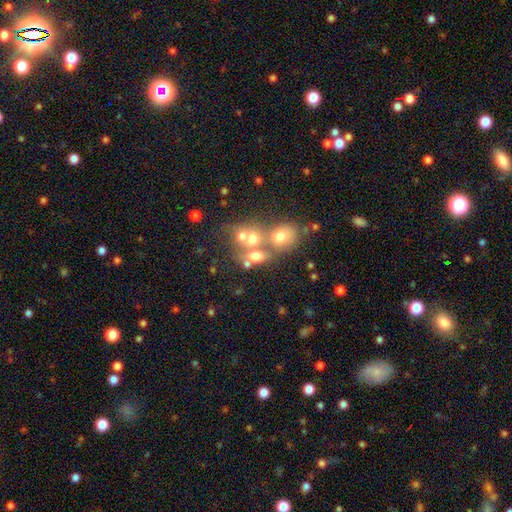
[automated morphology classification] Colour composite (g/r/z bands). It shows a smooth galaxy with no disk features (60%) that is round (50%). Merging: merger (52%).